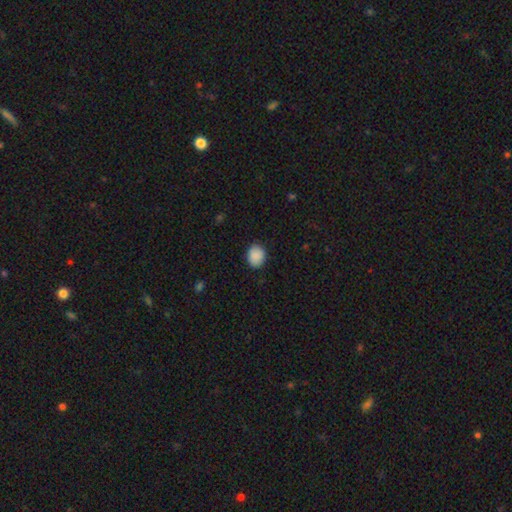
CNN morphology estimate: A smooth galaxy with no disk features (90%) that is round (53%). Merging: none (87%).